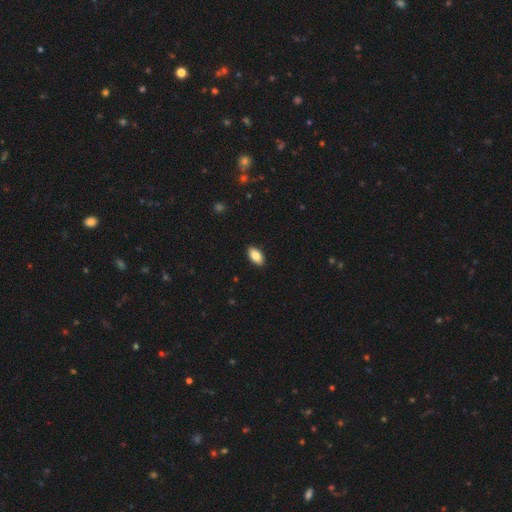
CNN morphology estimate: type=smooth (84%); roundness=in between (93%); merging=none (90%).